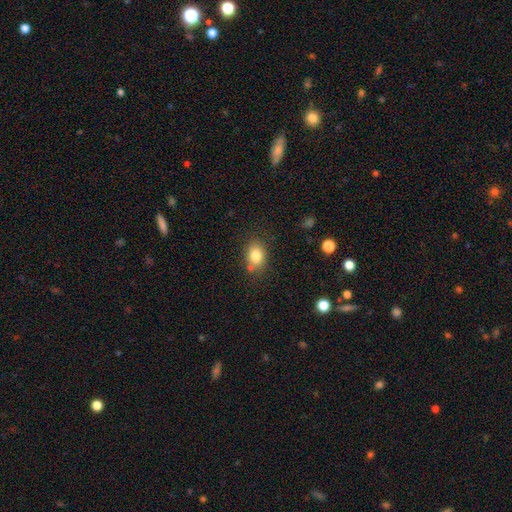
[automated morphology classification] Smooth or featured? smooth (81%)
How rounded? in between (64%)
Merging? none (73%)